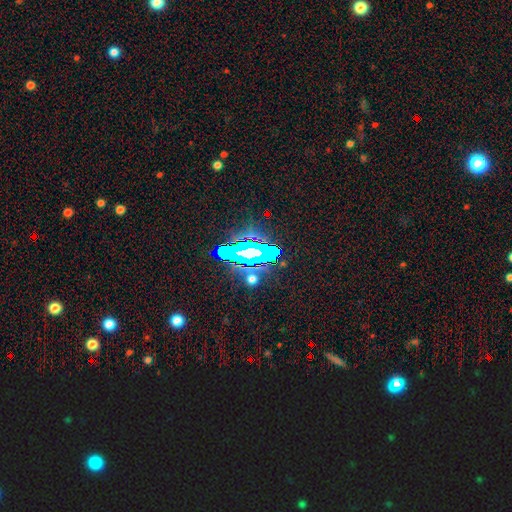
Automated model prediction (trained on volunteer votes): Overall: star or artifact (70%).